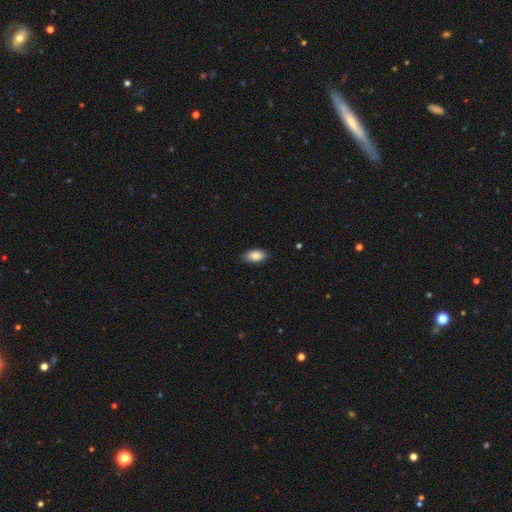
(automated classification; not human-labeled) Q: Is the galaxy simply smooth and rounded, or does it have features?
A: smooth — 86%.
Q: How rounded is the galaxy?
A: in between — 92%.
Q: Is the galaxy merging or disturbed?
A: none — 83%.